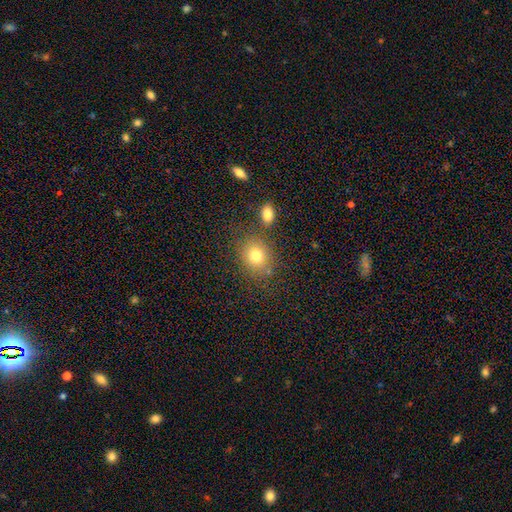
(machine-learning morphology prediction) This is likely a smooth galaxy (77%). How rounded: likely round (67%). Merging: likely none (74%).